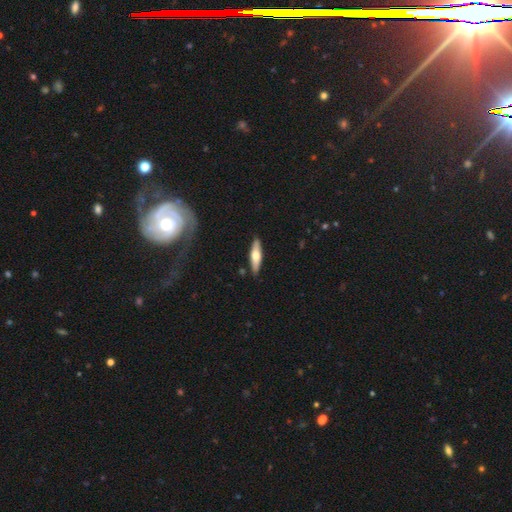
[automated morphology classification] This is possibly a smooth galaxy (52%). How rounded: likely cigar-shaped (66%). Merging: clearly none (87%).